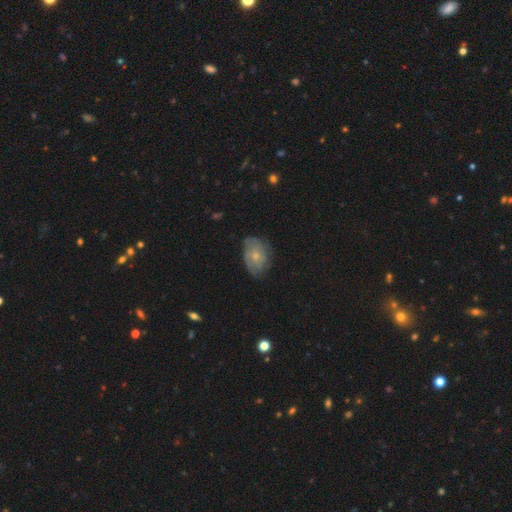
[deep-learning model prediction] A smooth galaxy with no disk features (50%). Merging: none (62%).